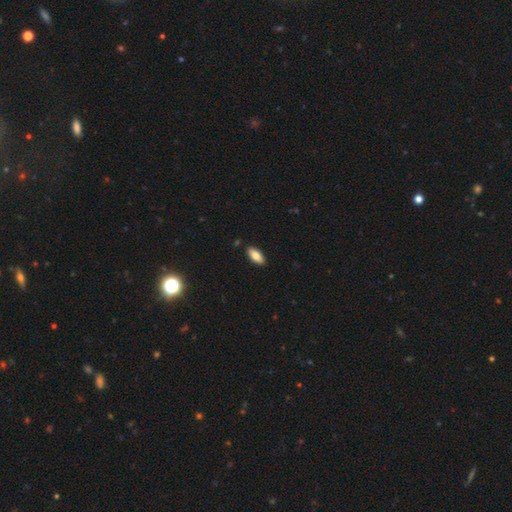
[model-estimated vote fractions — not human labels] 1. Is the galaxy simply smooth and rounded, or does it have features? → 79% smooth, 15% featured or disk, 7% star or artifact.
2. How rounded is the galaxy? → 85% in between, 13% cigar-shaped, 2% round.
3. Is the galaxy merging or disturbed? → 89% none, 8% minor disturbance, 2% major disturbance, 1% merger.